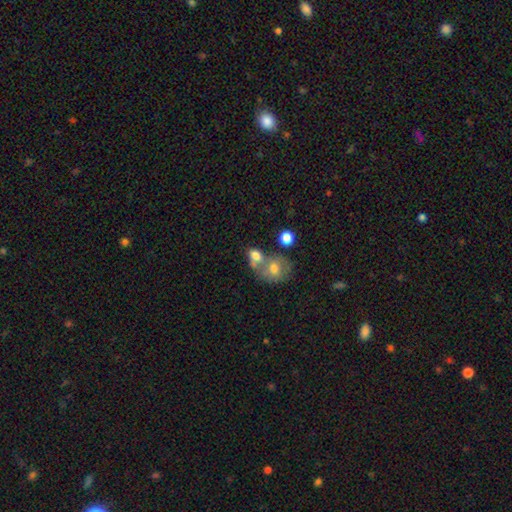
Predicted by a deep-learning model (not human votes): Overall: smooth (72%). How rounded: in between (54%; round 44%). Merging: merger (53%; none 30%).